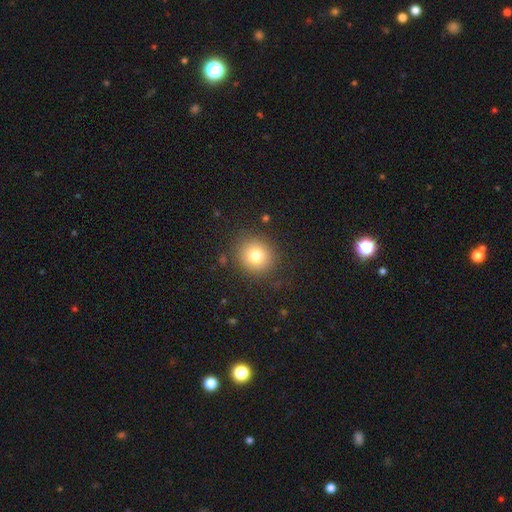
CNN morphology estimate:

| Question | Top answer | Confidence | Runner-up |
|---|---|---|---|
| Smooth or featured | smooth | 79% | star or artifact (11%) |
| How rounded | round | 87% | in between (12%) |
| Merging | none | 86% | minor disturbance (8%) |